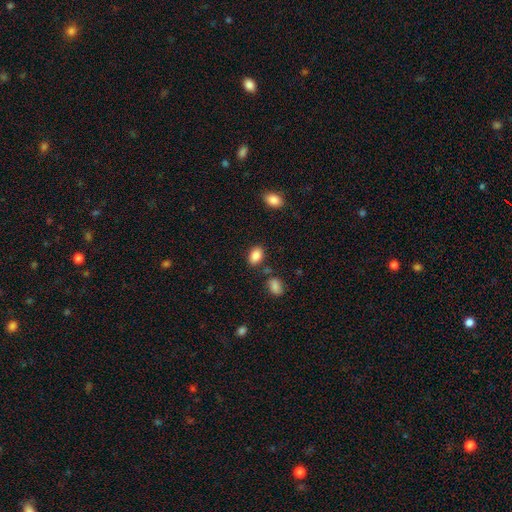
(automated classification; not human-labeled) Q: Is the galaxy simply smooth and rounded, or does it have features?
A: smooth — 87%.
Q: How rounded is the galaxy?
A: in between — 82%.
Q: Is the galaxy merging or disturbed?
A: none — 80%.